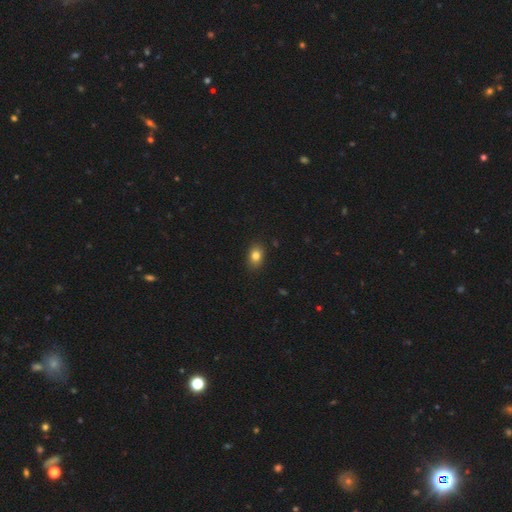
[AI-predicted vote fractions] smooth_or_featured: smooth (p=0.83) [alt: star or artifact p=0.11]
how_rounded: in between (p=0.70) [alt: round p=0.29]
merging: none (p=0.88) [alt: minor disturbance p=0.09]